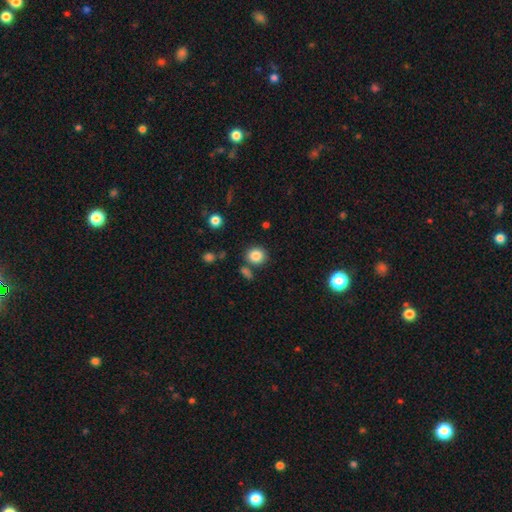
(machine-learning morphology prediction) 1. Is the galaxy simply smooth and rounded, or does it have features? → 84% smooth, 10% star or artifact, 5% featured or disk.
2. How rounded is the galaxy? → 81% round, 18% in between, 1% cigar-shaped.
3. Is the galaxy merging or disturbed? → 77% none, 10% minor disturbance, 9% merger, 3% major disturbance.